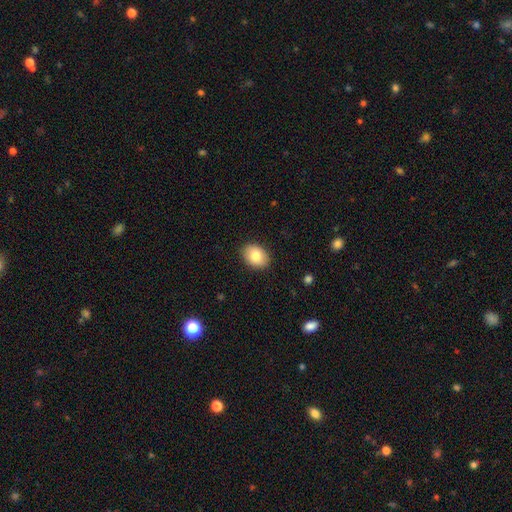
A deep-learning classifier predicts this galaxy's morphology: smooth-or-featured: smooth: 82% | featured or disk: 10% | star or artifact: 7%
  how-rounded: in between: 75% | round: 24% | cigar-shaped: 1%
  merging: none: 89% | minor disturbance: 8% | major disturbance: 2% | merger: 1%